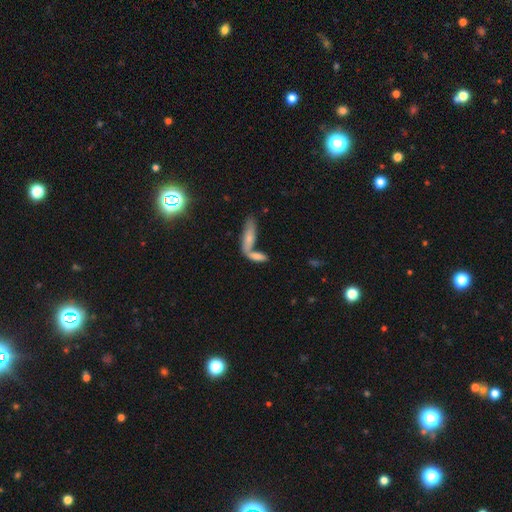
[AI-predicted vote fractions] Overall: smooth (65%). How rounded: cigar-shaped (55%; in between 41%). Merging: merger (52%; none 35%).